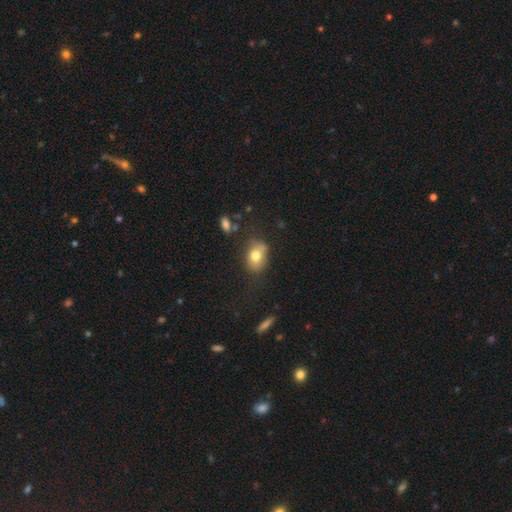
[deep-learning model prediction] smooth 75%, featured or disk 15%, star or artifact 9%. Down the decision tree: how rounded — in between (67%); merging — none (62%).